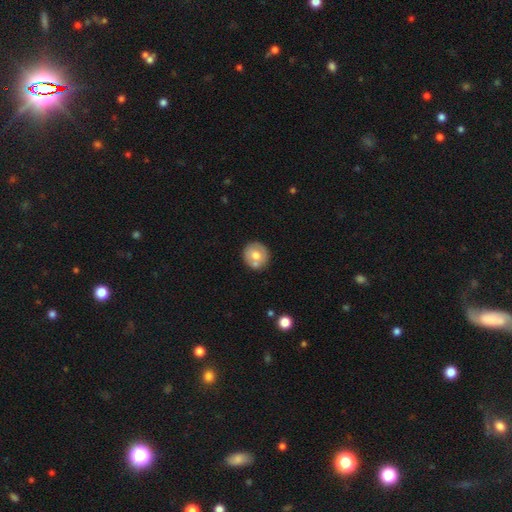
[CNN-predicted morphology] smooth_or_featured: smooth (p=0.65) [alt: featured or disk p=0.28]
how_rounded: round (p=0.90) [alt: in between p=0.09]
merging: none (p=0.72) [alt: merger p=0.13]